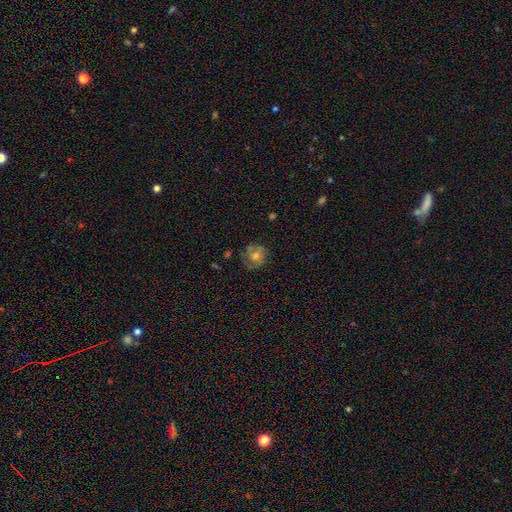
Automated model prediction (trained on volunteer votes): This is possibly a smooth galaxy (48%). Merging: likely none (71%).